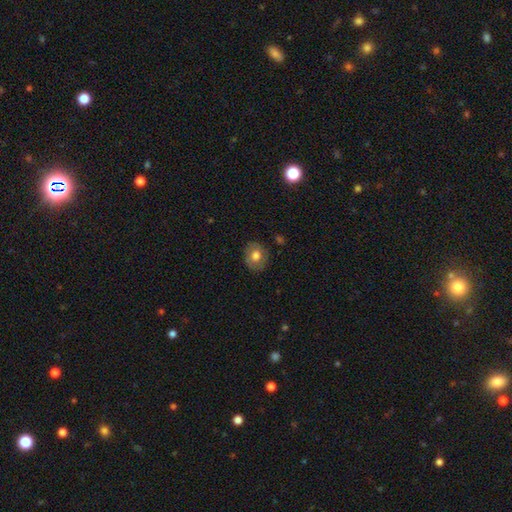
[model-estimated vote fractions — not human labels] Overall: smooth (68%). How rounded: round (64%; in between 35%). Merging: none (82%).